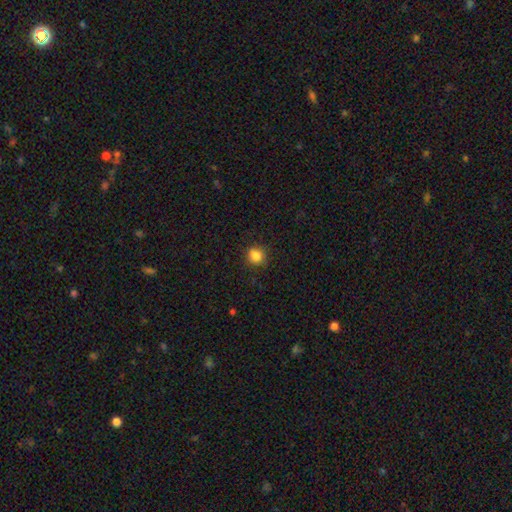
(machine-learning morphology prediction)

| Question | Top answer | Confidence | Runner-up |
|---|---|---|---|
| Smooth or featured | smooth | 85% | star or artifact (11%) |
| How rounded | round | 87% | in between (12%) |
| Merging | none | 87% | minor disturbance (10%) |